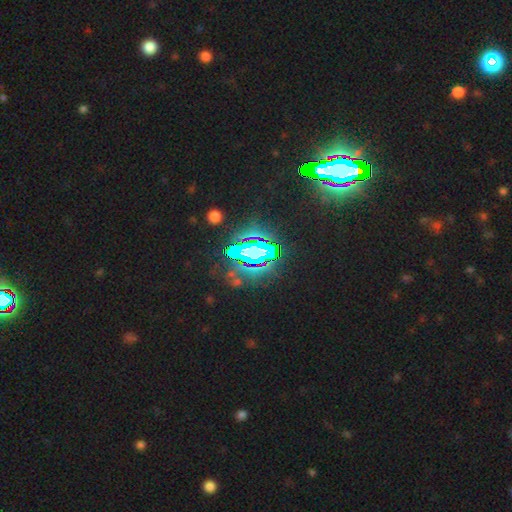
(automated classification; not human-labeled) Q: Smooth or featured?
A: star or artifact (82%); runner-up: smooth (10%)